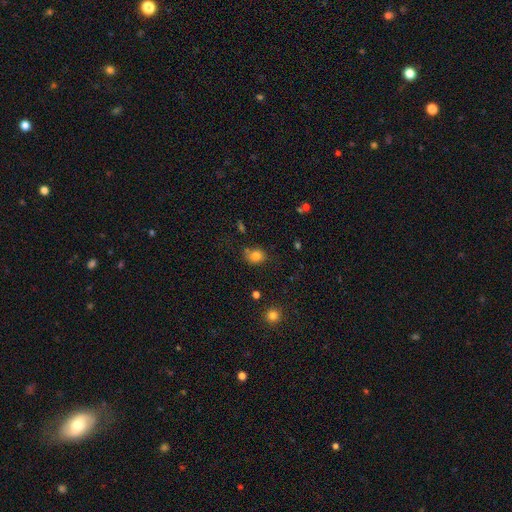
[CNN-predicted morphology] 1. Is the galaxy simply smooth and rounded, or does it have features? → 81% smooth, 12% star or artifact, 7% featured or disk.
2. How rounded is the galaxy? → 56% round, 43% in between, 1% cigar-shaped.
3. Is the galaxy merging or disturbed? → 65% none, 21% minor disturbance, 7% merger, 6% major disturbance.